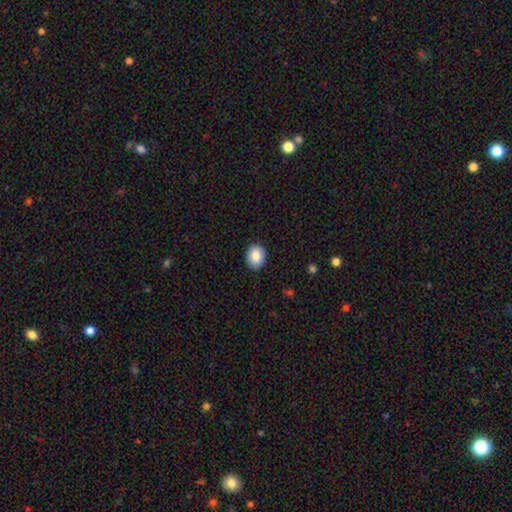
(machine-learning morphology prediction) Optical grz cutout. It shows a smooth galaxy with no disk features (86%) that is in between round and cigar-shaped (55%). Merging: none (89%).